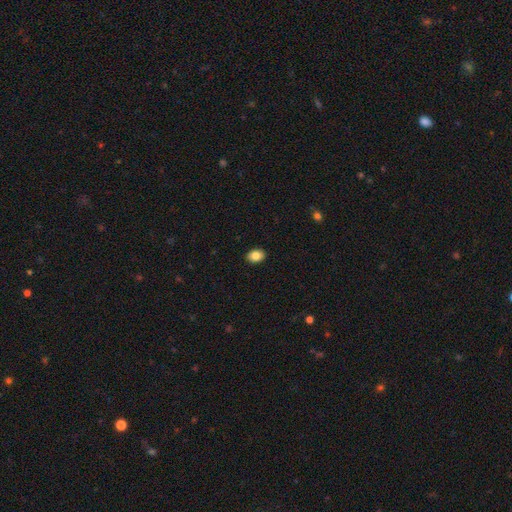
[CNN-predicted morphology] smooth-or-featured: smooth: 85% | star or artifact: 8% | featured or disk: 7%
  how-rounded: in between: 78% | round: 21% | cigar-shaped: 1%
  merging: none: 91% | minor disturbance: 7% | major disturbance: 2% | merger: 1%